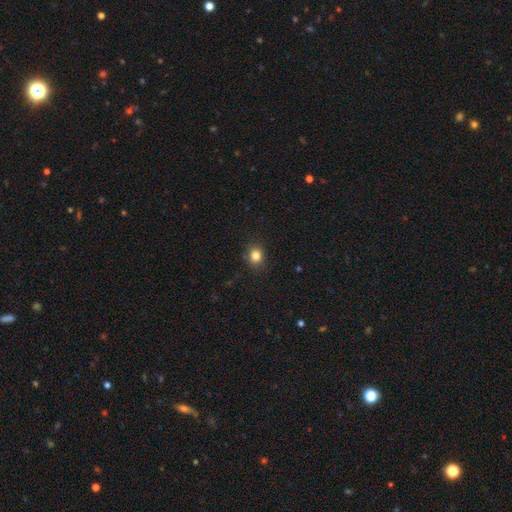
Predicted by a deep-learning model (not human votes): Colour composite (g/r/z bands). It shows a smooth galaxy with no disk features (83%) that is round (71%). Merging: none (86%).